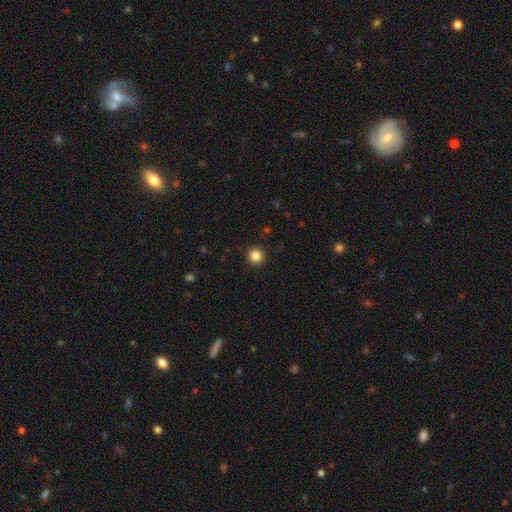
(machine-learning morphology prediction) smooth 85%, star or artifact 11%, featured or disk 4%. Down the decision tree: how rounded — round (96%); merging — none (93%).